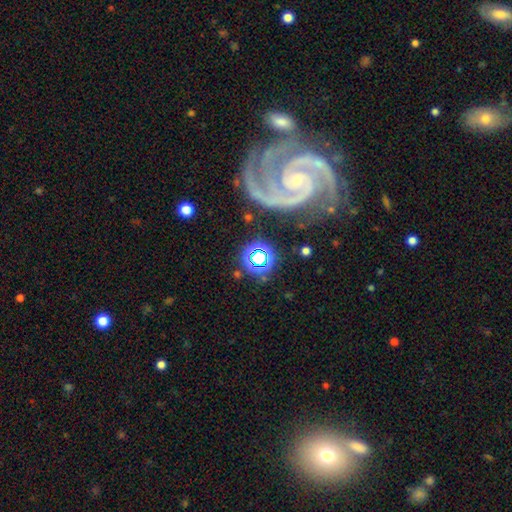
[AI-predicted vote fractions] smooth-or-featured: star or artifact: 46% | smooth: 34% | featured or disk: 20%